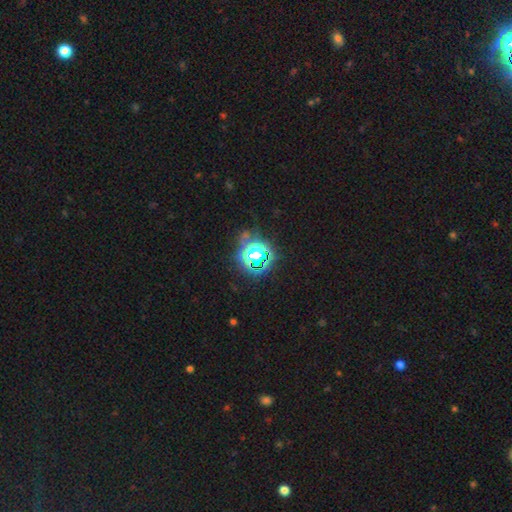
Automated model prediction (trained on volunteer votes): Overall: star or artifact (79%).